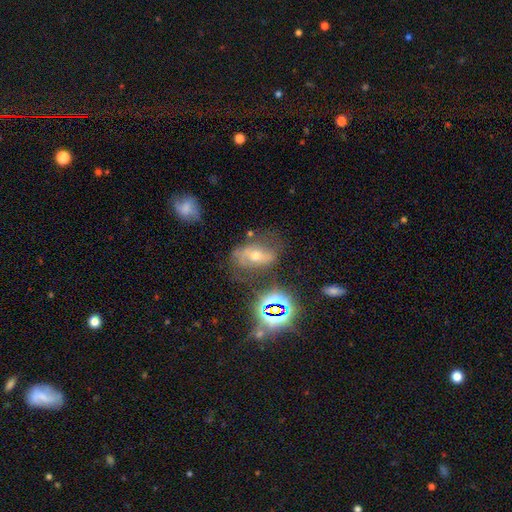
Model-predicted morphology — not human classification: This appears to be a featured or disk galaxy (52%). Merging: none (58%).